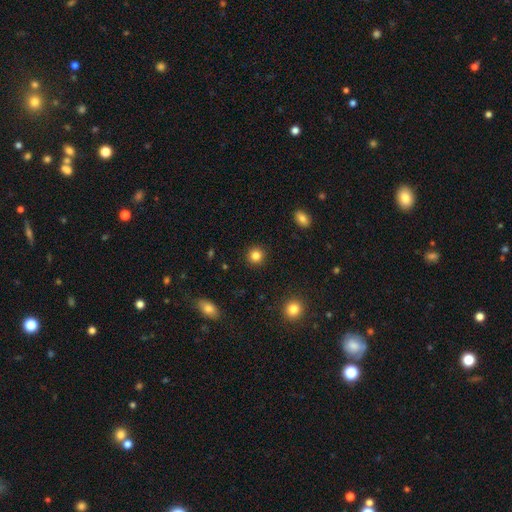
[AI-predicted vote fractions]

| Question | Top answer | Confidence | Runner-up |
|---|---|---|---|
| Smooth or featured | smooth | 84% | star or artifact (11%) |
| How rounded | round | 93% | in between (6%) |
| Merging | none | 92% | minor disturbance (5%) |